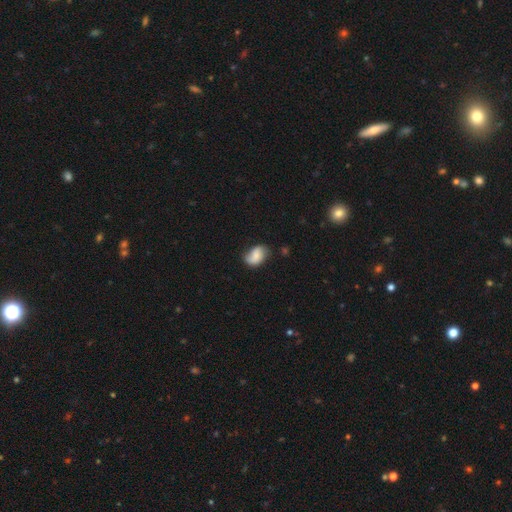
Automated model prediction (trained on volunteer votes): A smooth galaxy with no disk features (60%) that is in between round and cigar-shaped (83%).

Vote fractions:
- Smooth or featured? smooth: 60% / featured or disk: 31% / star or artifact: 8%
- How rounded? in between: 83% / round: 16% / cigar-shaped: 1%
- Merging? none: 57% / minor disturbance: 30% / major disturbance: 9% / merger: 3%